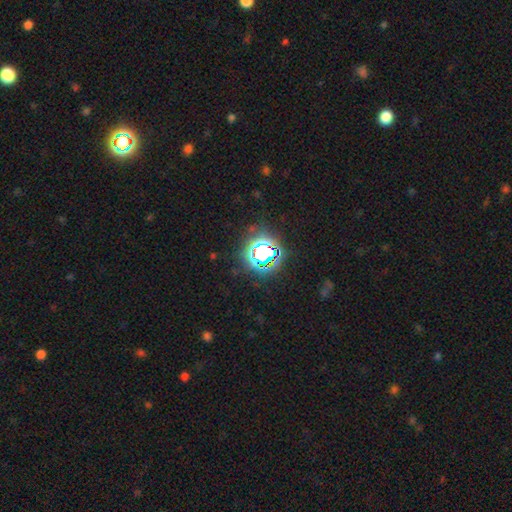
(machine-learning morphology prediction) Smooth or featured? star or artifact (74%)